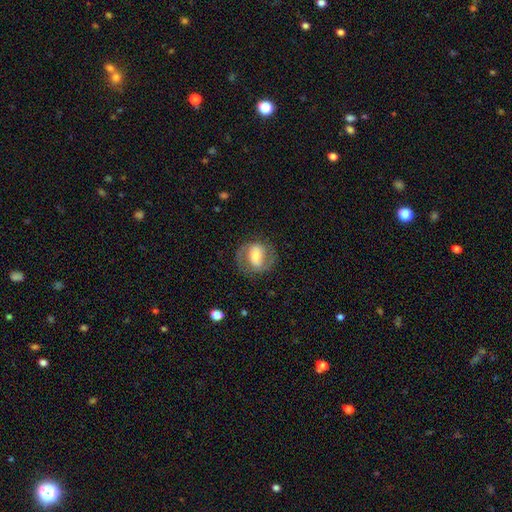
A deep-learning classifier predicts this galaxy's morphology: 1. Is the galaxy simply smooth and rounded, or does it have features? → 65% featured or disk, 28% smooth, 7% star or artifact.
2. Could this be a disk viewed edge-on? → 96% no, 4% yes.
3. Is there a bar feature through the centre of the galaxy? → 36% weak, 35% strong, 29% no.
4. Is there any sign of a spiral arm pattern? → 78% yes, 22% no.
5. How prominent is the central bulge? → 50% moderate, 33% small, 12% large, 3% none, 2% dominant.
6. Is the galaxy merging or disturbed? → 74% none, 14% minor disturbance, 10% major disturbance, 1% merger.